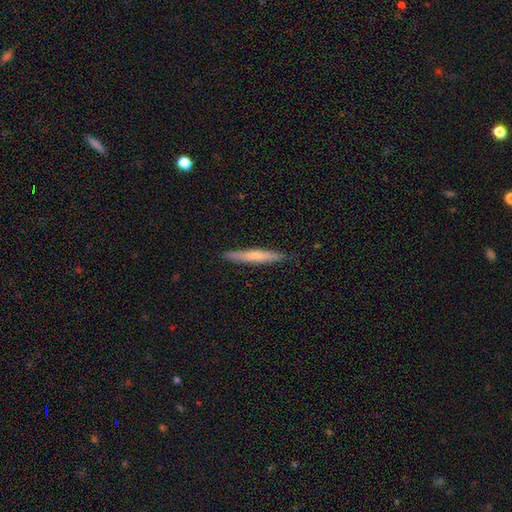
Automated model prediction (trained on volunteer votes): The model was most divided on "smooth or featured": smooth: 59%, featured or disk: 35%, star or artifact: 6%. More confident: how rounded — cigar-shaped (95%); merging — none (89%).